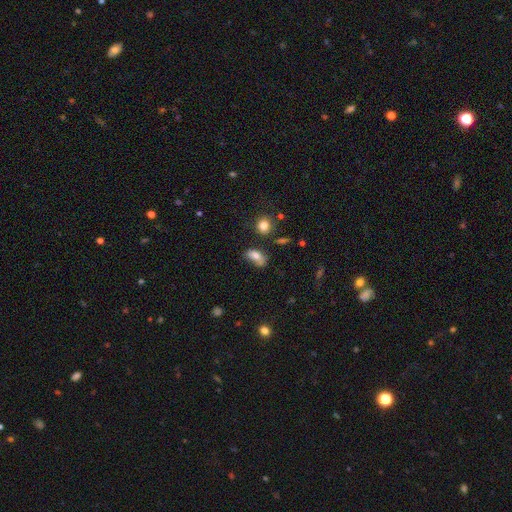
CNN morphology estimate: smooth_or_featured: smooth (p=0.74) [alt: featured or disk p=0.15]
how_rounded: in between (p=0.83) [alt: round p=0.12]
merging: none (p=0.38) [alt: minor disturbance p=0.31]